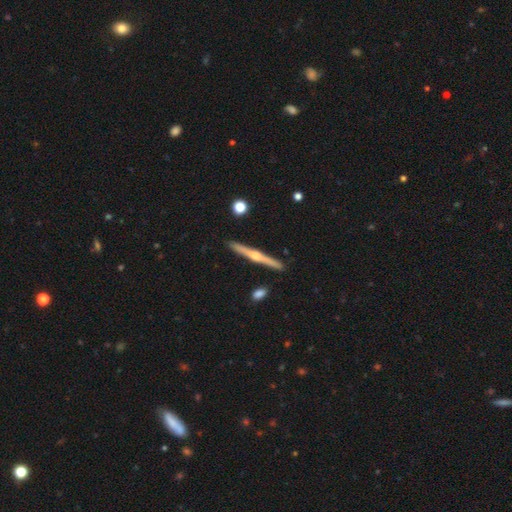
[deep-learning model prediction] A featured or disk galaxy (74%) viewed edge-on (98%) with a rounded central bulge (87%).

Vote fractions:
- Smooth or featured? featured or disk: 74% / smooth: 20% / star or artifact: 5%
- Edge-on disk? yes: 98% / no: 2%
- Edge-on bulge? rounded: 87% / none: 8% / boxy: 5%
- Merging? none: 91% / minor disturbance: 6% / merger: 2% / major disturbance: 1%